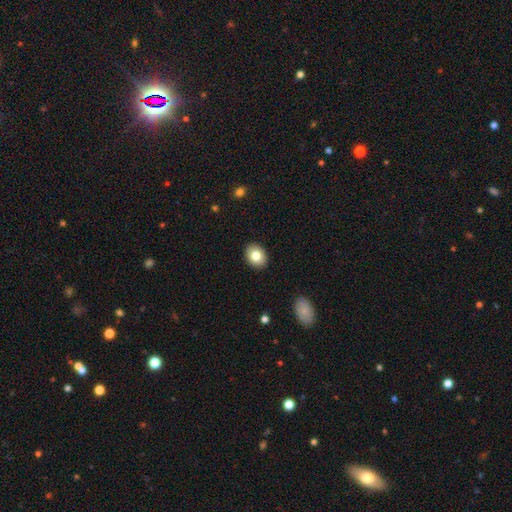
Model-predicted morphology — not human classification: smooth 81%, featured or disk 11%, star or artifact 8%. Down the decision tree: how rounded — in between (61%); merging — none (90%).